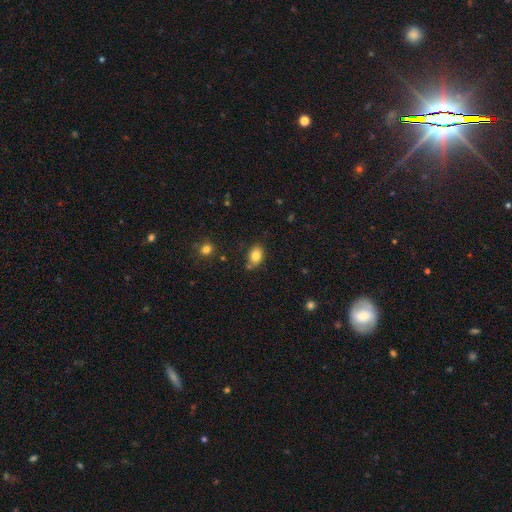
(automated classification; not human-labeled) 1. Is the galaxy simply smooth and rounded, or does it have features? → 82% smooth, 9% star or artifact, 9% featured or disk.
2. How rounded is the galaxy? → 76% in between, 23% round, 1% cigar-shaped.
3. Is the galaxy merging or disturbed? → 76% none, 15% minor disturbance, 6% merger, 3% major disturbance.